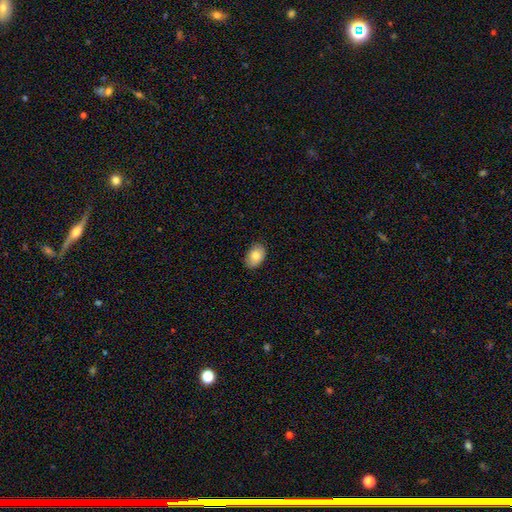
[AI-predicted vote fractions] Smooth or featured?
  - smooth: 82% *
  - featured or disk: 11%
  - star or artifact: 7%
How rounded?
  - in between: 84% *
  - round: 15%
  - cigar-shaped: 1%
Merging?
  - none: 86% *
  - minor disturbance: 11%
  - major disturbance: 2%
  - merger: 1%